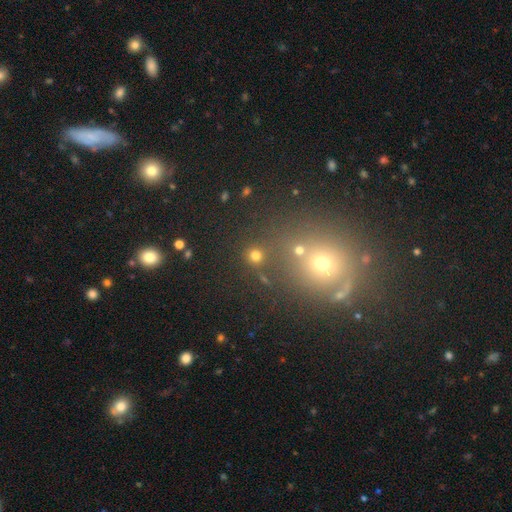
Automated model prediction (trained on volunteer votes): This is likely a smooth galaxy (73%). How rounded: clearly round (92%). Merging: clearly none (82%).